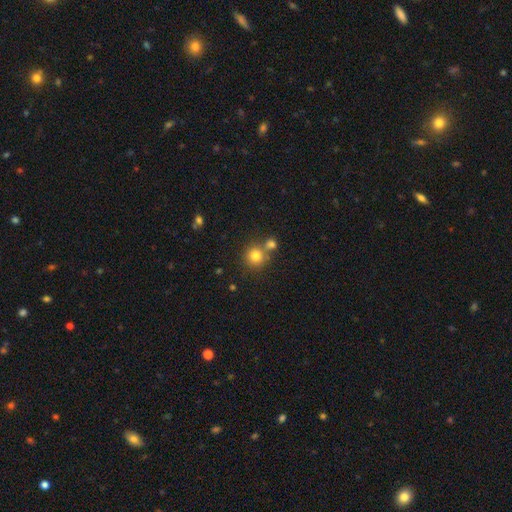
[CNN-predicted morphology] Overall: smooth (78%). How rounded: round (91%). Merging: none (62%; merger 27%).